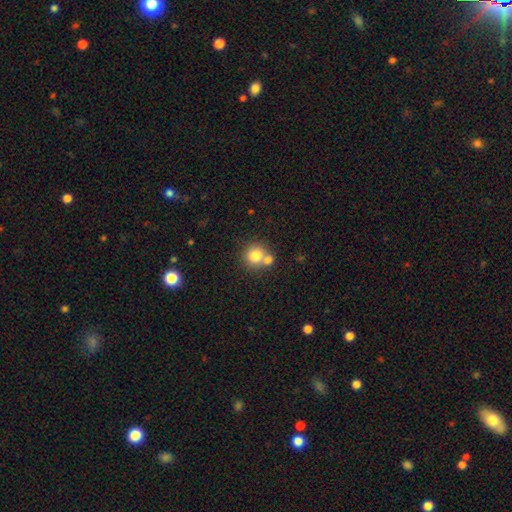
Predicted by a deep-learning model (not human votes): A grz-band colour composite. It shows a smooth galaxy with no disk features (80%) that is round (87%). Merging: none (52%).